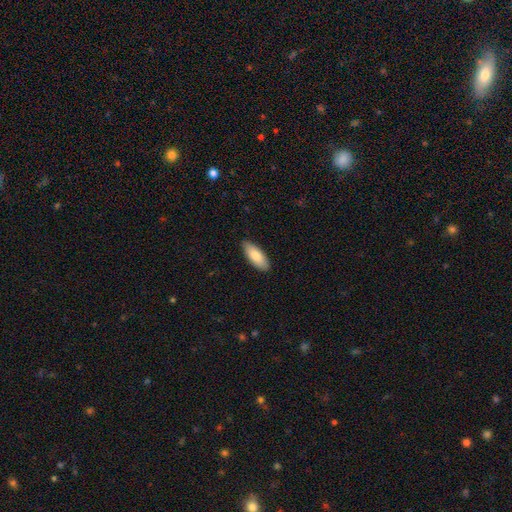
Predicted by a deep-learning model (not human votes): smooth-or-featured: smooth: 84% | featured or disk: 11% | star or artifact: 5%
  how-rounded: in between: 78% | cigar-shaped: 21% | round: 2%
  merging: none: 87% | minor disturbance: 11% | major disturbance: 2% | merger: 1%